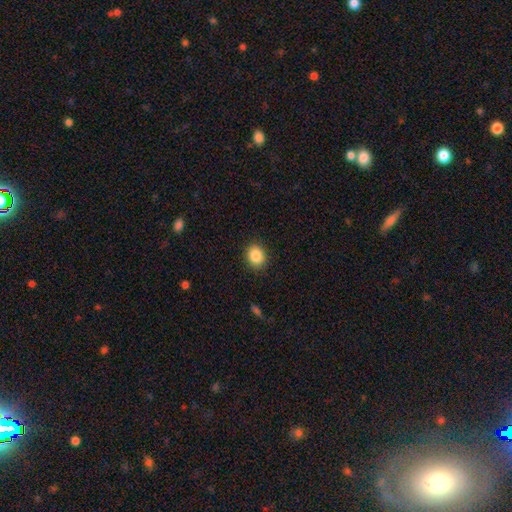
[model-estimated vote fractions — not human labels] smooth-or-featured: smooth: 87% | star or artifact: 9% | featured or disk: 5%
  how-rounded: round: 58% | in between: 41% | cigar-shaped: 1%
  merging: none: 89% | minor disturbance: 8% | major disturbance: 2% | merger: 1%